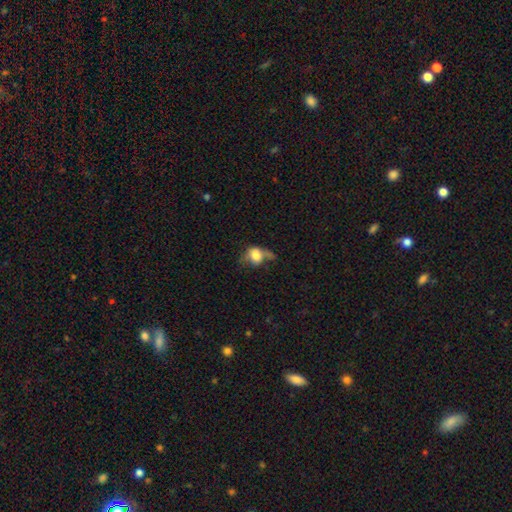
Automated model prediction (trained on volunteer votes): Morphology: type=smooth (65%); roundness=round (50%); merging=major disturbance (31%).